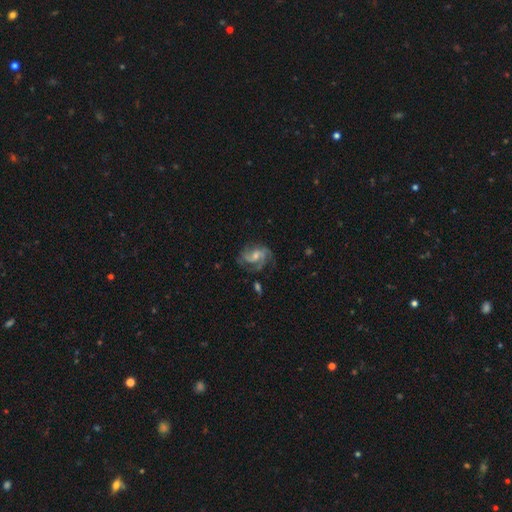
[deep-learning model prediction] Smooth or featured?
  - featured or disk: 86% *
  - smooth: 8%
  - star or artifact: 6%
Edge-on disk?
  - no: 98% *
  - yes: 2%
Bar?
  - no: 49% *
  - weak: 41%
  - strong: 10%
Spiral arms?
  - yes: 96% *
  - no: 4%
Spiral winding?
  - medium: 52% *
  - tight: 29%
  - loose: 19%
Spiral arm count?
  - 3: 42% *
  - 2: 28%
  - can't tell: 12%
  - 4: 9%
  - 1: 5%
  - more than 4: 5%
Bulge size?
  - small: 48% *
  - moderate: 44%
  - none: 5%
  - large: 3%
  - dominant: 1%
Merging?
  - none: 63% *
  - minor disturbance: 21%
  - major disturbance: 14%
  - merger: 3%